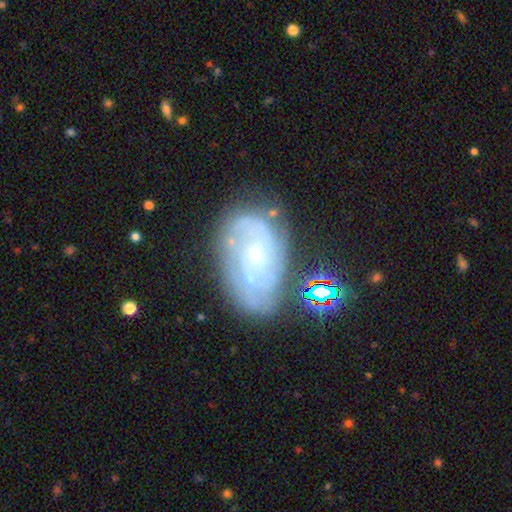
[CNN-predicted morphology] type=featured or disk (75%); edge-on=no (96%); bar=no (70%); spiral arms=yes (86%); winding=tight (58%); arm count=can't tell (40%); bulge=small (64%); merging=none (63%).